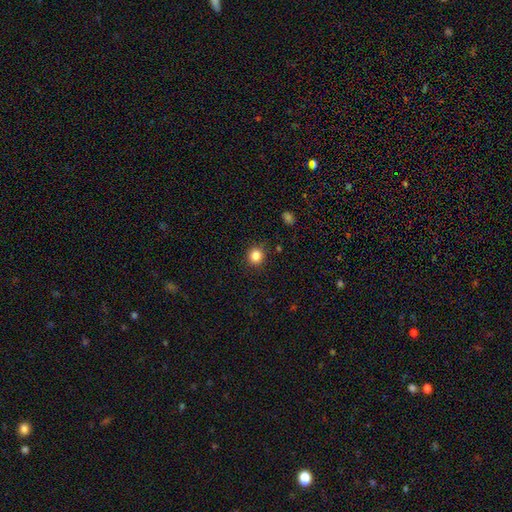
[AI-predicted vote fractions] The model was most divided on "smooth or featured": smooth: 84%, star or artifact: 11%, featured or disk: 5%. More confident: how rounded — round (90%); merging — none (89%).